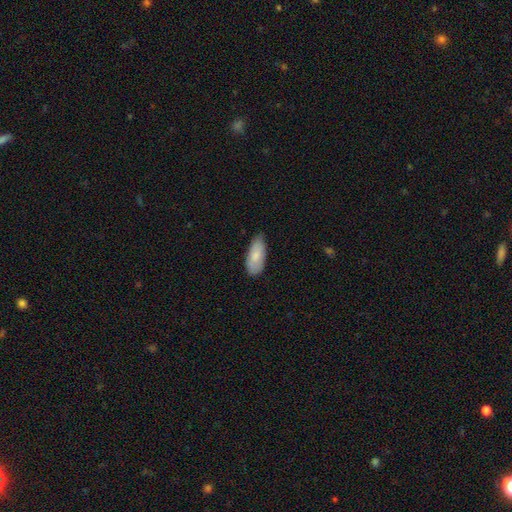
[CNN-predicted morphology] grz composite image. It shows a smooth galaxy with no disk features (83%) that is in between round and cigar-shaped (86%). Merging: none (71%).